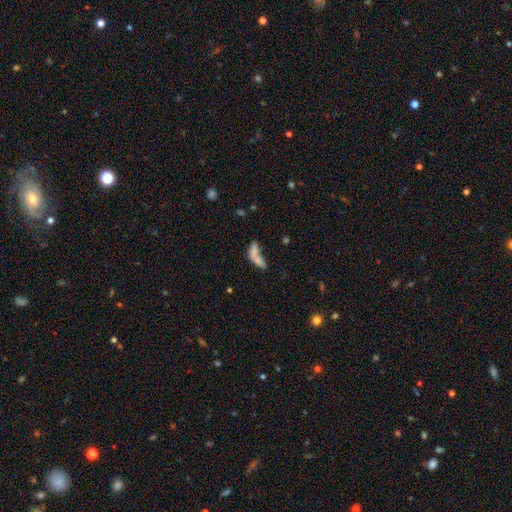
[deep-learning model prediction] Q: Smooth or featured?
A: smooth (68%); runner-up: featured or disk (21%)
Q: How rounded?
A: in between (62%); runner-up: cigar-shaped (32%)
Q: Merging?
A: merger (54%); runner-up: none (22%)